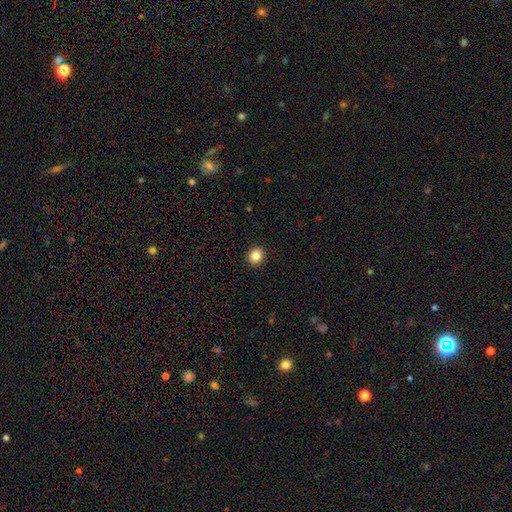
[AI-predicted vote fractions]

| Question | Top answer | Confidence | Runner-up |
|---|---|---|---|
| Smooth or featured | smooth | 86% | star or artifact (10%) |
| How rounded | round | 74% | in between (25%) |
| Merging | none | 92% | minor disturbance (5%) |